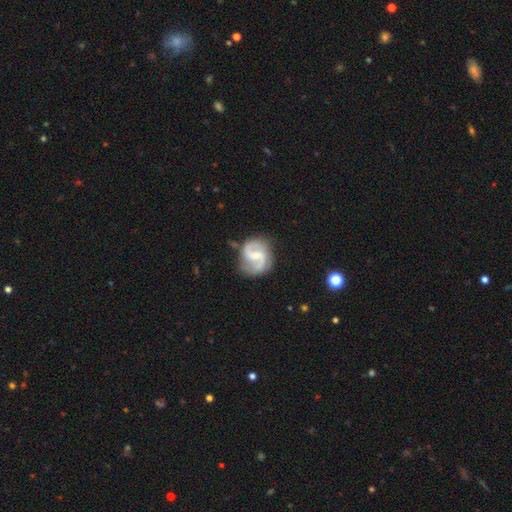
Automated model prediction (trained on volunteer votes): smooth-or-featured: featured or disk: 86% | smooth: 9% | star or artifact: 5%
  disk-edge-on: no: 98% | yes: 2%
    bar: weak: 55% | strong: 22% | no: 22%
    has-spiral-arms: yes: 97% | no: 3%
      spiral-winding: medium: 53% | loose: 31% | tight: 15%
      spiral-arm-count: 2: 91% | can't tell: 3% | 1: 2% | 3: 1% | 4: 1% | more than 4: 1%
    bulge-size: small: 53% | moderate: 33% | none: 11% | large: 2% | dominant: 1%
  merging: none: 76% | minor disturbance: 16% | major disturbance: 6% | merger: 2%